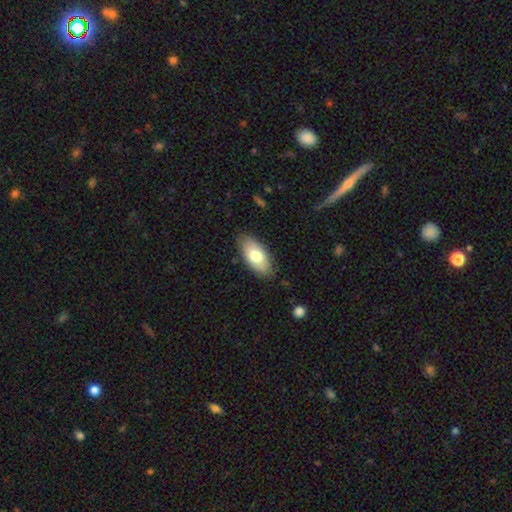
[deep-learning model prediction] Smooth or featured?
  - smooth: 73% *
  - featured or disk: 21%
  - star or artifact: 6%
How rounded?
  - in between: 92% *
  - cigar-shaped: 5%
  - round: 3%
Merging?
  - none: 83% *
  - minor disturbance: 13%
  - major disturbance: 3%
  - merger: 1%